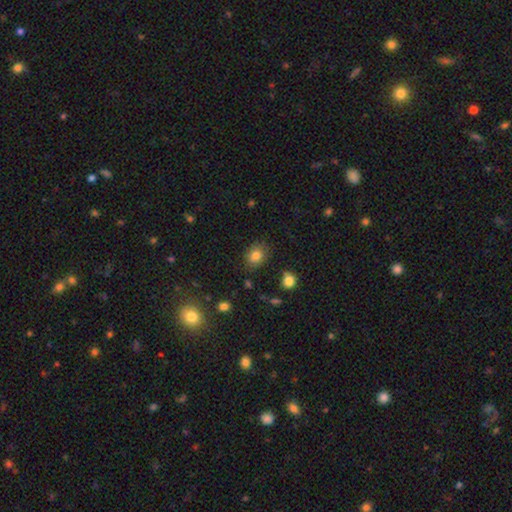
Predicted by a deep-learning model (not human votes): This appears to be a smooth galaxy with no disk features (81%) that is round (62%). Merging: none (81%).